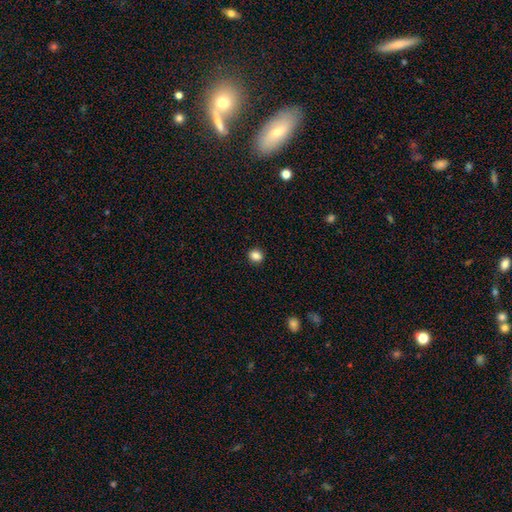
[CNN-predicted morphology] smooth_or_featured: smooth (p=0.85) [alt: star or artifact p=0.11]
how_rounded: round (p=0.77) [alt: in between p=0.22]
merging: none (p=0.92) [alt: minor disturbance p=0.06]